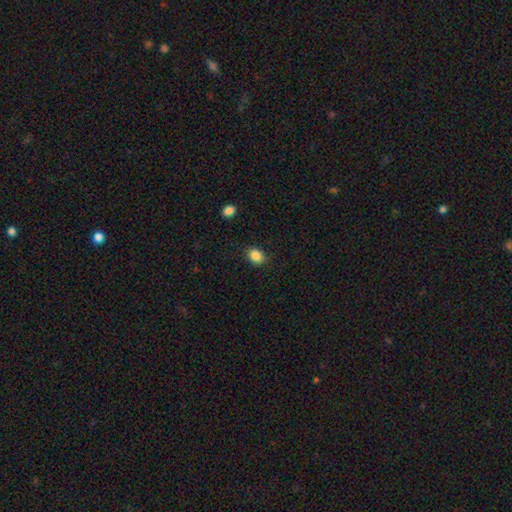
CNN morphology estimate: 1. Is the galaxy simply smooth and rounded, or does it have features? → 86% smooth, 10% star or artifact, 4% featured or disk.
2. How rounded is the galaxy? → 50% round, 49% in between, 1% cigar-shaped.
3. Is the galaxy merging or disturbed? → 87% none, 9% minor disturbance, 2% major disturbance, 1% merger.